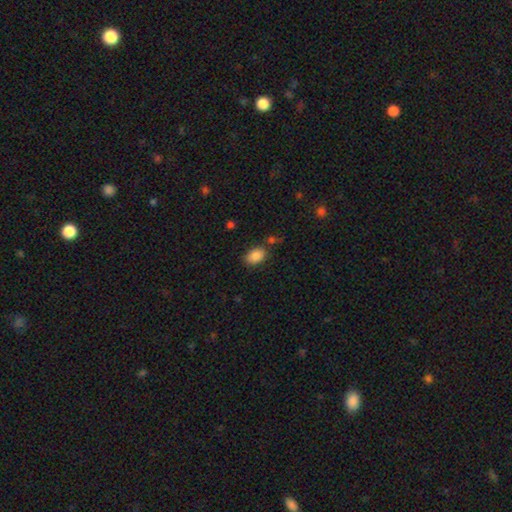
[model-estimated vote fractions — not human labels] This is clearly a smooth galaxy (87%). How rounded: clearly in between (83%). Merging: likely none (77%).